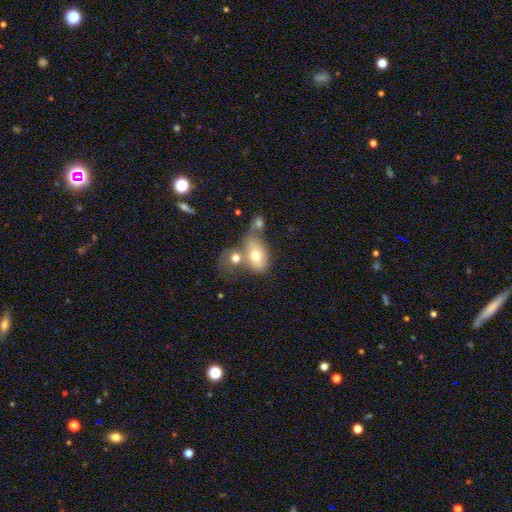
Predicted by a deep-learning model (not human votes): Morphology: type=smooth (71%); roundness=in between (81%); merging=merger (50%).